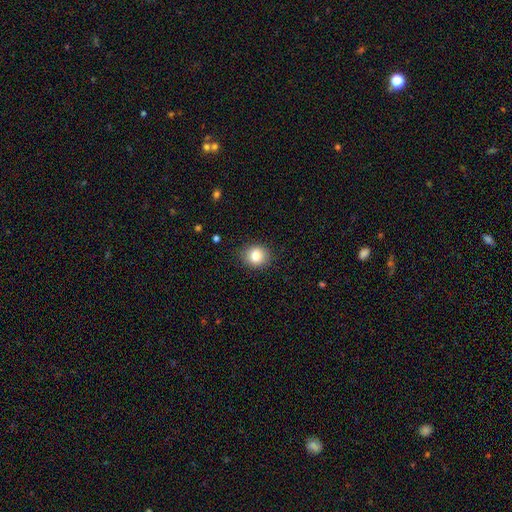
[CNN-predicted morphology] A smooth galaxy with no disk features (83%) that is round (68%). Merging: none (87%).